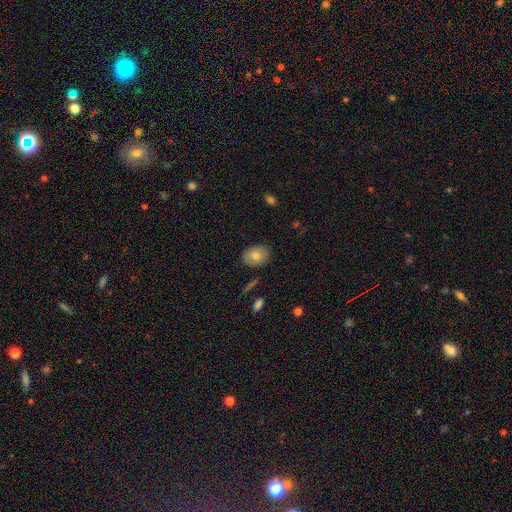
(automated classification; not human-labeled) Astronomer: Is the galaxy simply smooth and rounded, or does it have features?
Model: smooth — 74%.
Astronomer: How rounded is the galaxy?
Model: in between — 68%.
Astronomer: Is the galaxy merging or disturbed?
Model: none — 85%.